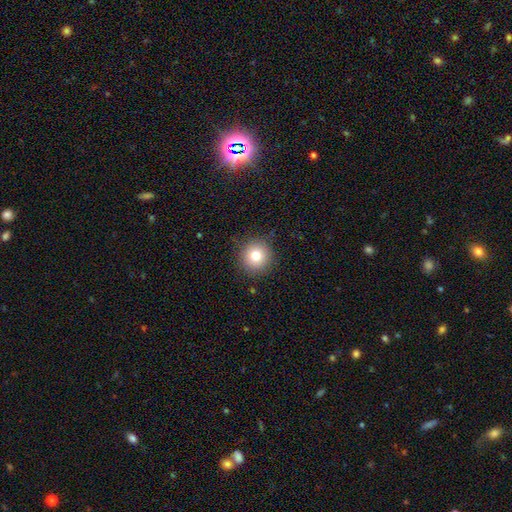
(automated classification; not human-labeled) A smooth galaxy with no disk features (78%) that is round (95%). Merging: none (88%).